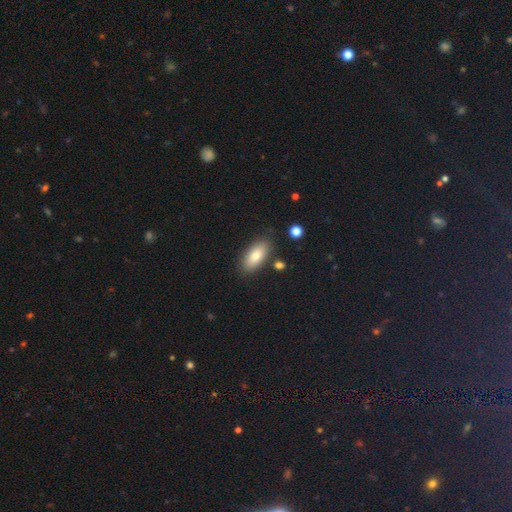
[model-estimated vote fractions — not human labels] This appears to be a smooth galaxy with no disk features (79%) that is in between round and cigar-shaped (87%). Merging: none (83%).